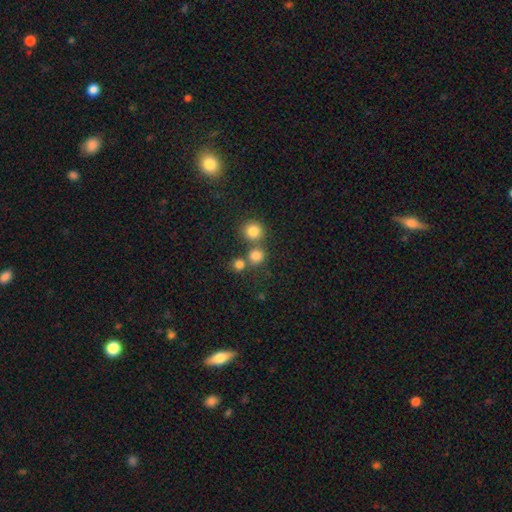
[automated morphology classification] This is likely a smooth galaxy (78%). How rounded: clearly round (88%). Merging: likely none (64%).